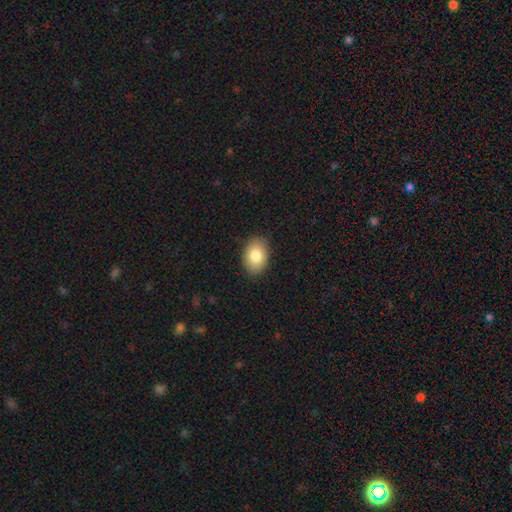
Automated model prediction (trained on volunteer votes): smooth 83%, featured or disk 10%, star or artifact 7%. Down the decision tree: how rounded — in between (83%); merging — none (87%).